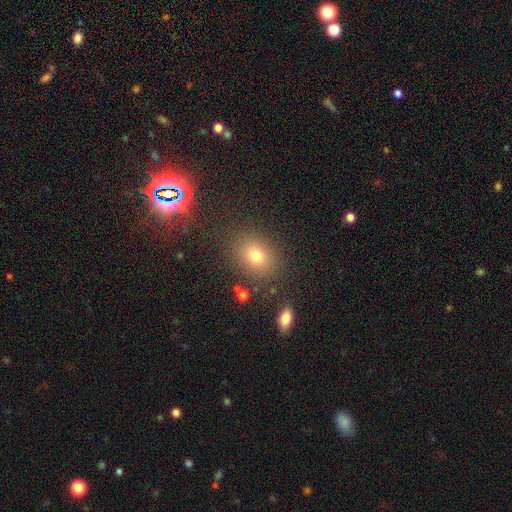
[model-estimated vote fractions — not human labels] A smooth galaxy with no disk features (72%) that is in between round and cigar-shaped (52%).

Vote fractions:
- Smooth or featured? smooth: 72% / star or artifact: 18% / featured or disk: 10%
- How rounded? in between: 52% / round: 47% / cigar-shaped: 1%
- Merging? none: 83% / minor disturbance: 10% / major disturbance: 4% / merger: 3%